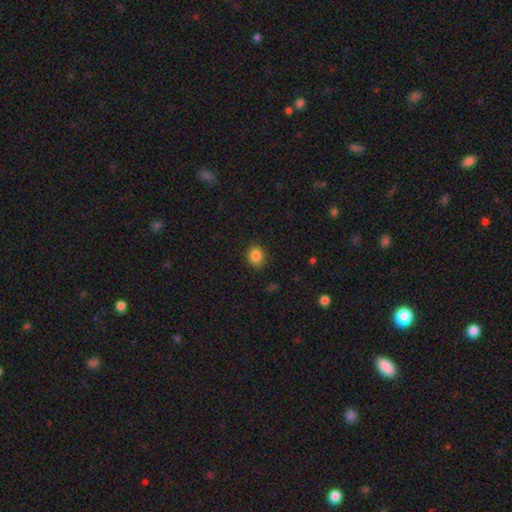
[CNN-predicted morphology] type=smooth (85%); roundness=round (67%); merging=none (88%).